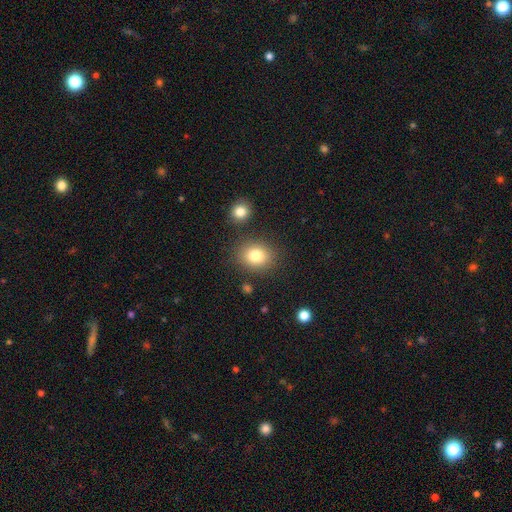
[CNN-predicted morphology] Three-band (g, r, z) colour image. It shows a smooth galaxy with no disk features (80%) that is round (65%). Merging: none (82%).